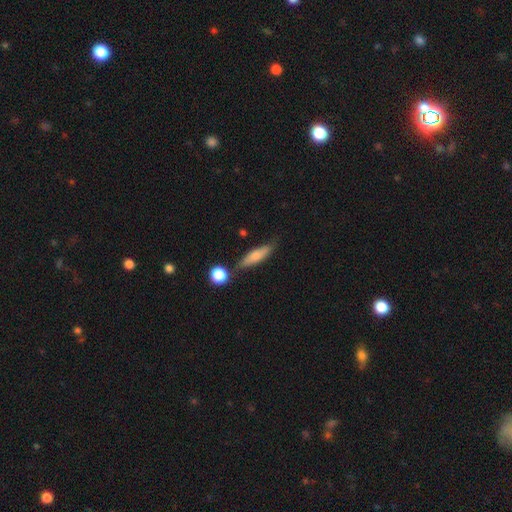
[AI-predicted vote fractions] A smooth galaxy with no disk features (68%) that is cigar-shaped (67%). Merging: none (70%).